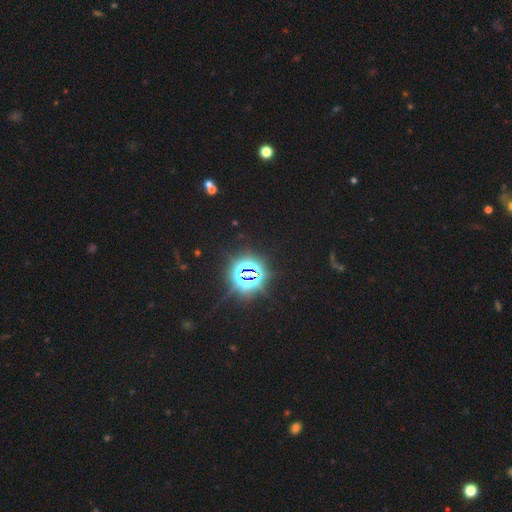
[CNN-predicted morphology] Smooth or featured? Predicted: star or artifact (p=0.83).